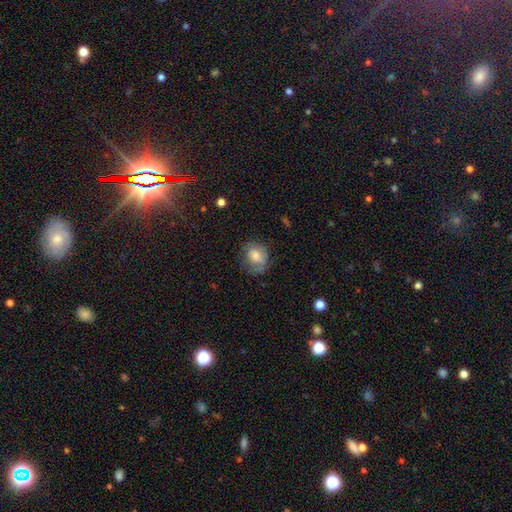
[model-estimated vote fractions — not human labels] This appears to be a smooth galaxy with no disk features (57%) that is round (64%). Merging: none (59%).